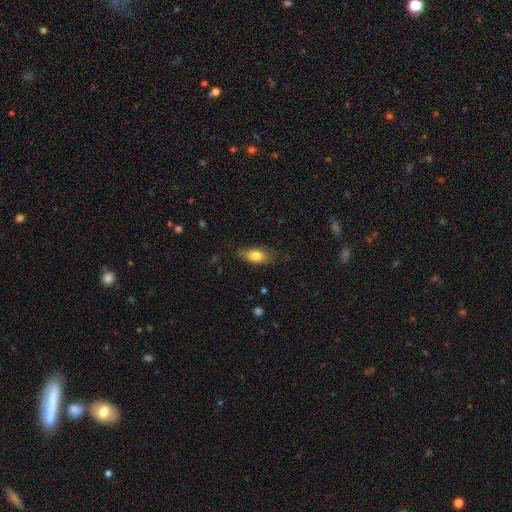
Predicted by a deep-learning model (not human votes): Smooth or featured: smooth — 78% (featured or disk — 15%)
How rounded: in between — 84% (cigar-shaped — 11%)
Merging: none — 72% (minor disturbance — 21%)